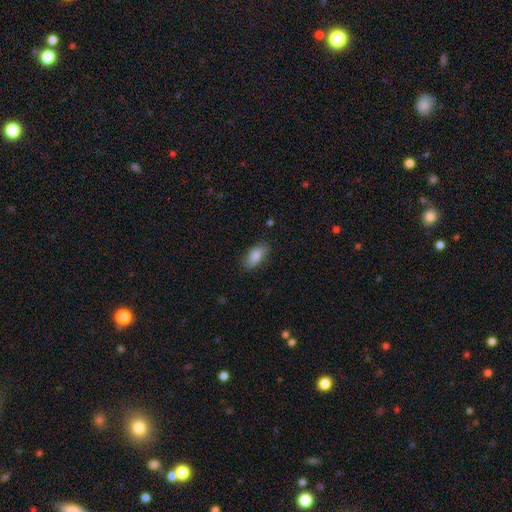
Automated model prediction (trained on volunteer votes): Smooth or featured? Predicted: smooth (p=0.82). How rounded? Predicted: in between (p=0.90). Merging? Predicted: none (p=0.81).